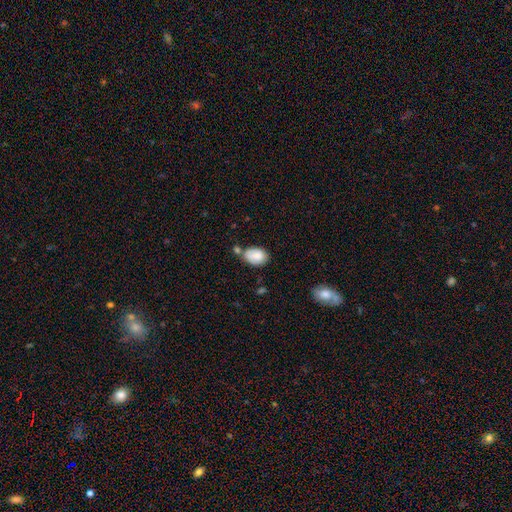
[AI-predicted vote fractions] The model was most divided on "merging": none: 52%, minor disturbance: 24%, merger: 18%, major disturbance: 6%. More confident: how rounded — in between (85%); smooth or featured — smooth (83%).